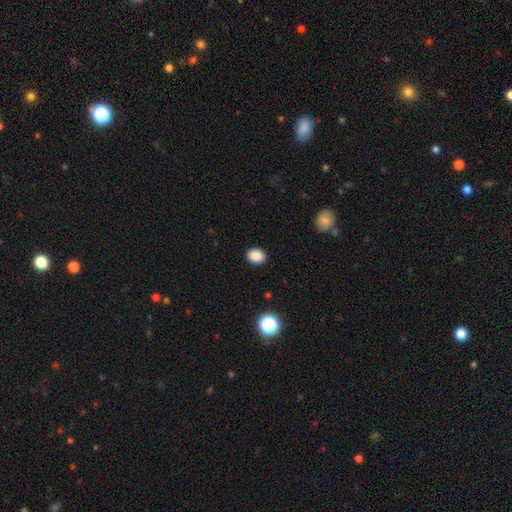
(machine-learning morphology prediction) Smooth or featured? smooth (87%)
How rounded? in between (53%)
Merging? none (90%)